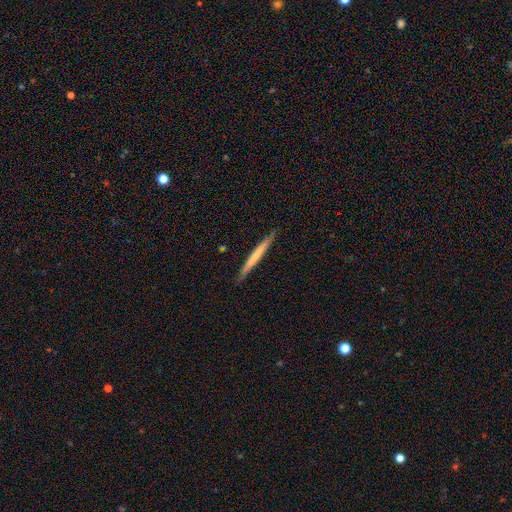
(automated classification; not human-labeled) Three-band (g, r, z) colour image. It shows a smooth galaxy with no disk features (56%) that is cigar-shaped (97%). Merging: none (91%).